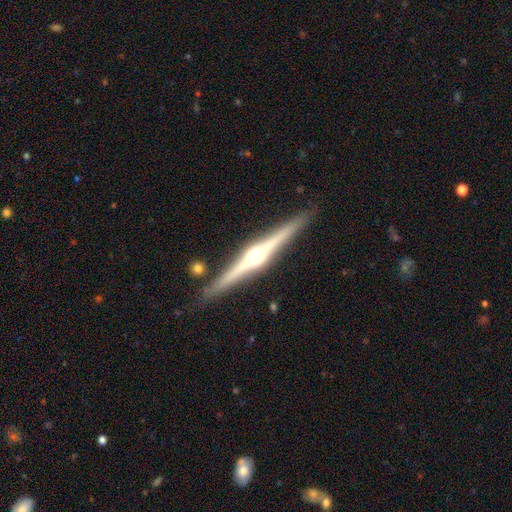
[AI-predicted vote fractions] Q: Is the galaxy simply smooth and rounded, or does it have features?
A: featured or disk — 81%.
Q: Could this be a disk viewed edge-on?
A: yes — 98%.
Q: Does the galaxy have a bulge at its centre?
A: rounded — 92%.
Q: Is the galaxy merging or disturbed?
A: none — 88%.